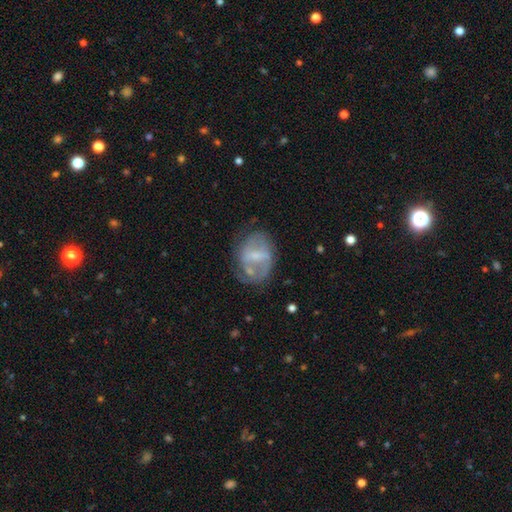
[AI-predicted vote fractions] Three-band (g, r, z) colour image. It shows a featured or disk galaxy (68%) with a weak bar (48%), spiral arms (67%) and a small central bulge (50%). Merging: none (47%).